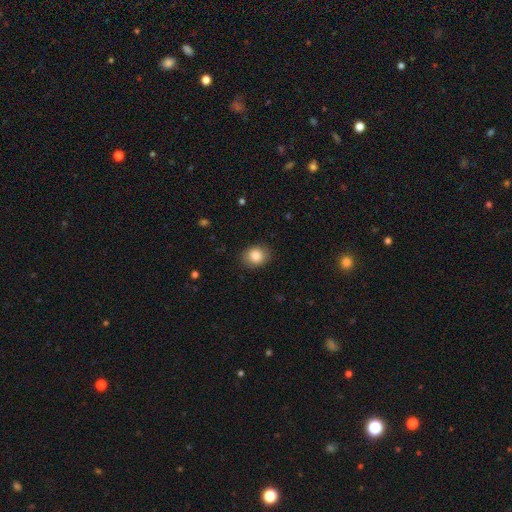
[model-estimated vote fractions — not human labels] Smooth or featured: smooth — 84% (star or artifact — 9%)
How rounded: round — 57% (in between — 43%)
Merging: none — 87% (minor disturbance — 9%)